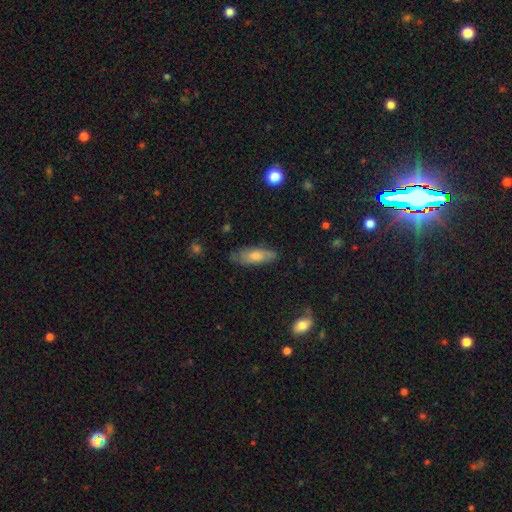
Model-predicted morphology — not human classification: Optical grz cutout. It shows a smooth galaxy with no disk features (60%) that is in between round and cigar-shaped (61%). Merging: none (78%).